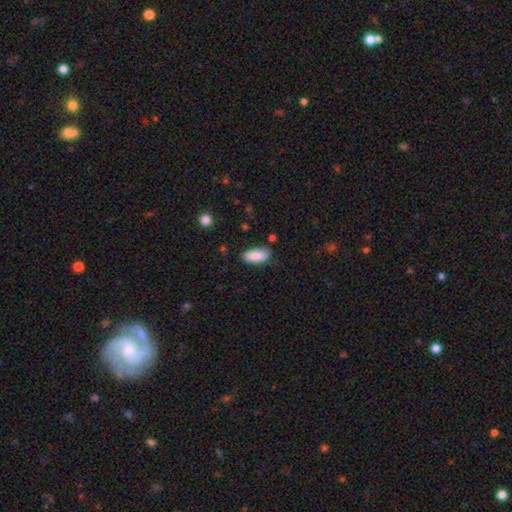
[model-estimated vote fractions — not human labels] Q: Smooth or featured?
A: smooth (87%); runner-up: featured or disk (7%)
Q: How rounded?
A: in between (88%); runner-up: cigar-shaped (10%)
Q: Merging?
A: none (82%); runner-up: minor disturbance (13%)